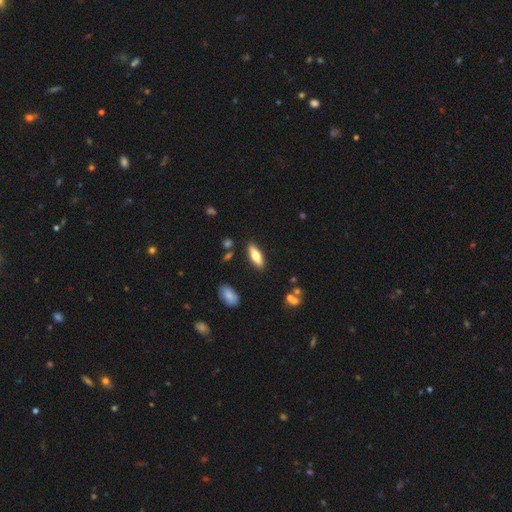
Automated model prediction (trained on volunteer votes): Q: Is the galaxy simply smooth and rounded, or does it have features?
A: smooth — 65%.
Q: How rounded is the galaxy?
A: in between — 66%.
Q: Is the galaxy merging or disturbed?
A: none — 86%.